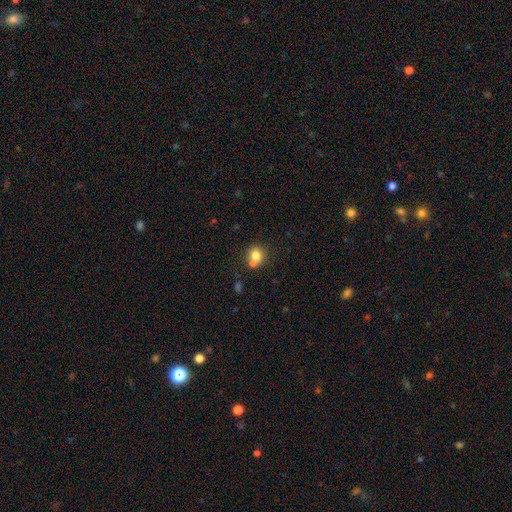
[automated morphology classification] Q: Smooth or featured?
A: smooth (78%); runner-up: star or artifact (11%)
Q: How rounded?
A: round (84%); runner-up: in between (15%)
Q: Merging?
A: none (55%); runner-up: merger (34%)